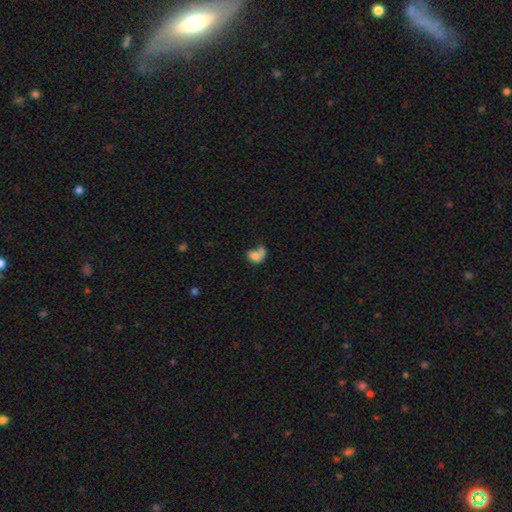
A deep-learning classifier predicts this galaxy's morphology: Overall: smooth (71%). How rounded: in between (65%; round 33%). Merging: merger (56%; none 20%).